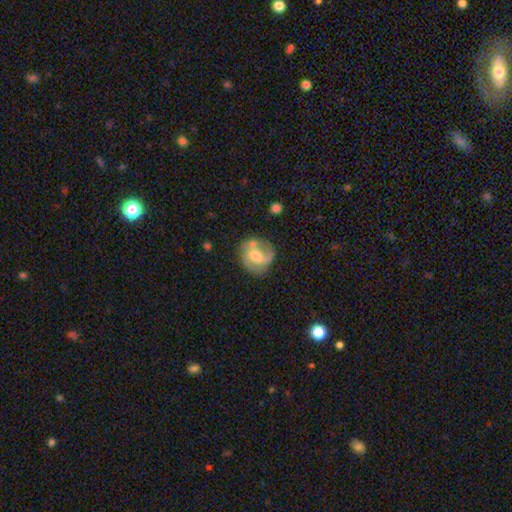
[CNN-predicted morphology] This appears to be a featured or disk galaxy (70%) with a weak bar (47%), 2 (73%) medium (49%) spiral arms (87%) and a moderate central bulge (63%). Merging: none (65%).